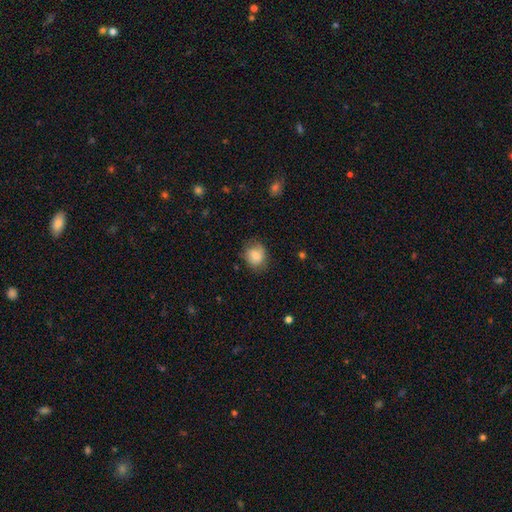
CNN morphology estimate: Overall: smooth (81%). How rounded: round (65%; in between 34%). Merging: none (69%).